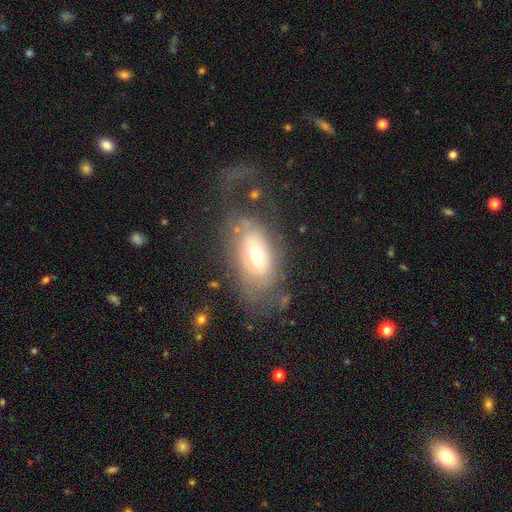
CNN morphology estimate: Q: Smooth or featured?
A: featured or disk (54%); runner-up: smooth (38%)
Q: Edge-on disk?
A: no (90%); runner-up: yes (10%)
Q: Merging?
A: none (41%); runner-up: major disturbance (36%)